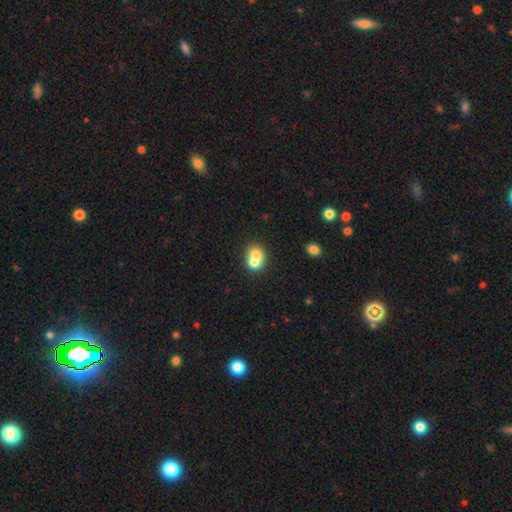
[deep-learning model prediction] The model was most divided on "how rounded": round: 66%, in between: 33%, cigar-shaped: 1%. More confident: smooth or featured — smooth (69%); merging — merger (65%).